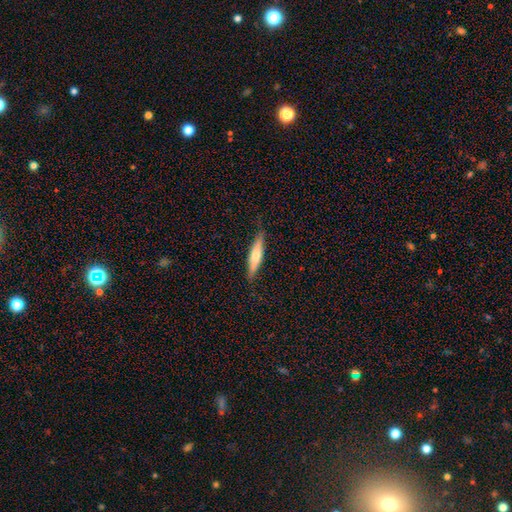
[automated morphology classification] Smooth or featured? Predicted: smooth (p=0.52). How rounded? Predicted: cigar-shaped (p=0.78). Merging? Predicted: none (p=0.85).